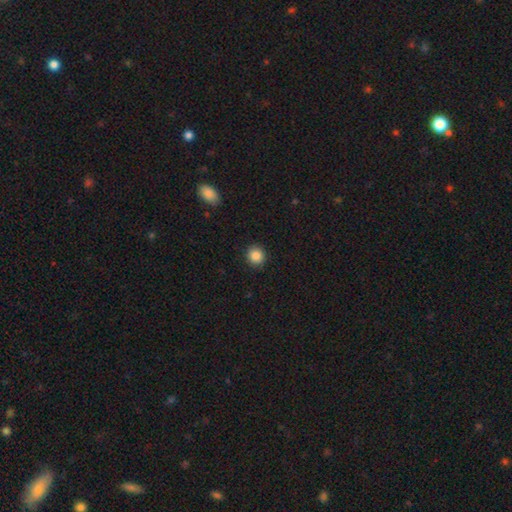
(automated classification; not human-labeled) This appears to be a smooth galaxy with no disk features (87%) that is round (91%). Merging: none (91%).